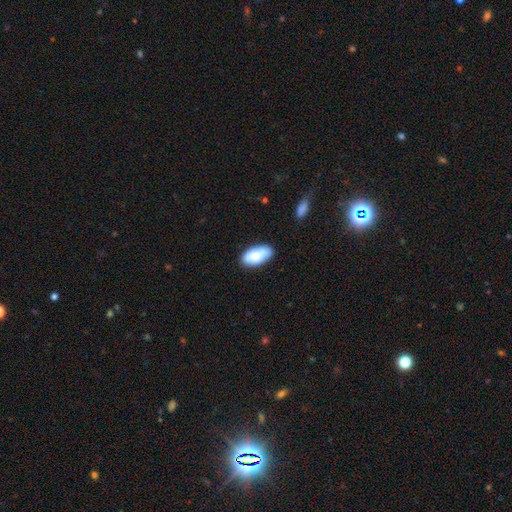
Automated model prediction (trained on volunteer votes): This appears to be a smooth galaxy with no disk features (73%) that is in between round and cigar-shaped (94%). Merging: none (72%).